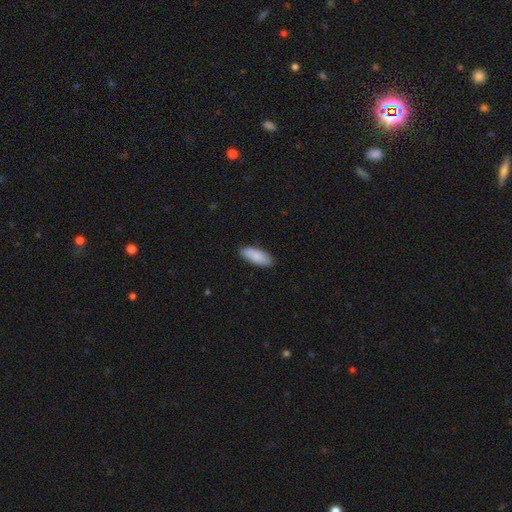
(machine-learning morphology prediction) This is clearly a smooth galaxy (89%). How rounded: likely in between (75%). Merging: clearly none (88%).